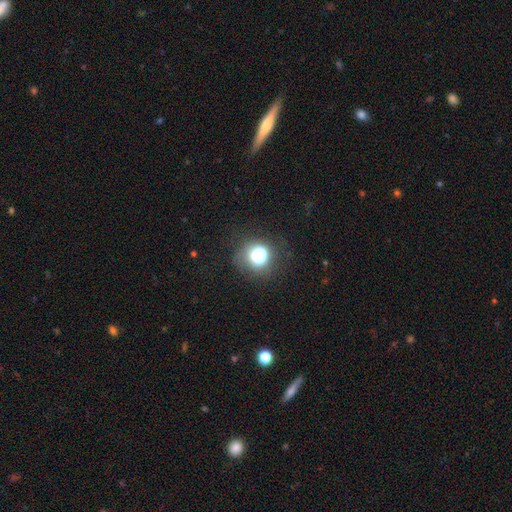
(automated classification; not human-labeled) This appears to be a smooth galaxy with no disk features (61%) that is round (84%). Merging: none (73%).